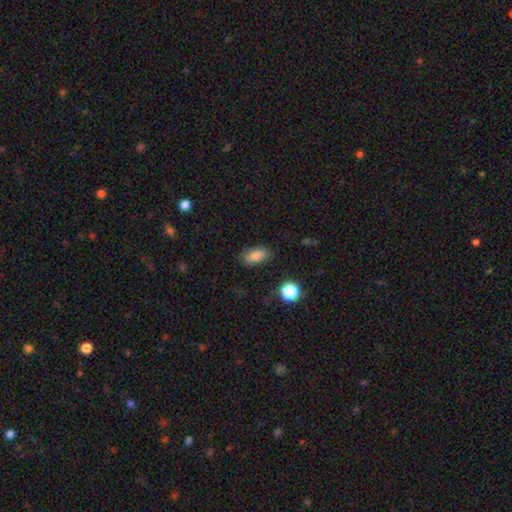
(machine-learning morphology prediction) type=smooth (82%); roundness=in between (87%); merging=none (84%).